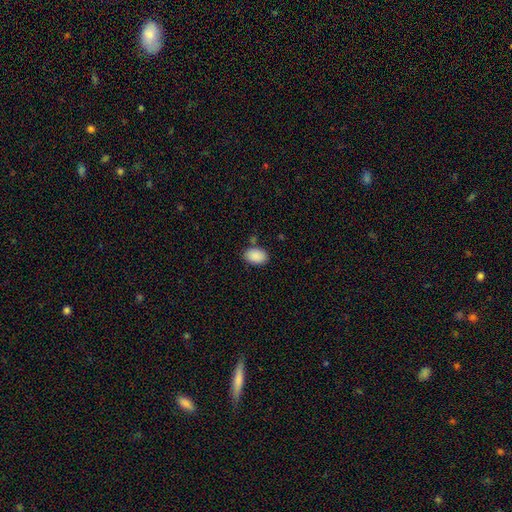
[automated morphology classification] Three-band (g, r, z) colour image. It shows a smooth galaxy with no disk features (90%) that is in between round and cigar-shaped (89%). Merging: none (79%).